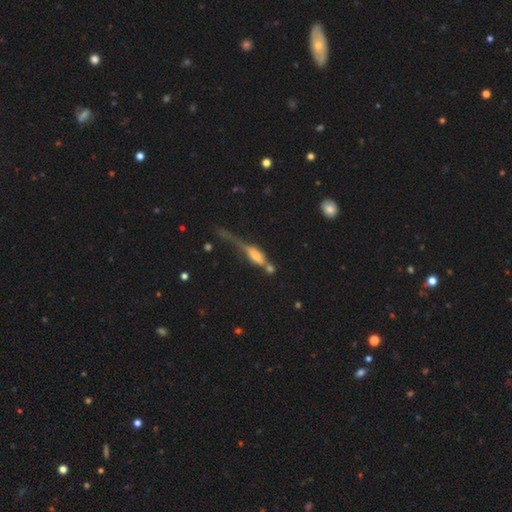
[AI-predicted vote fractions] A smooth galaxy with no disk features (49%).

Vote fractions:
- Smooth or featured? smooth: 49% / featured or disk: 40% / star or artifact: 11%
- Merging? merger: 32% (tied) / major disturbance: 32% (tied) / none: 20% / minor disturbance: 16%